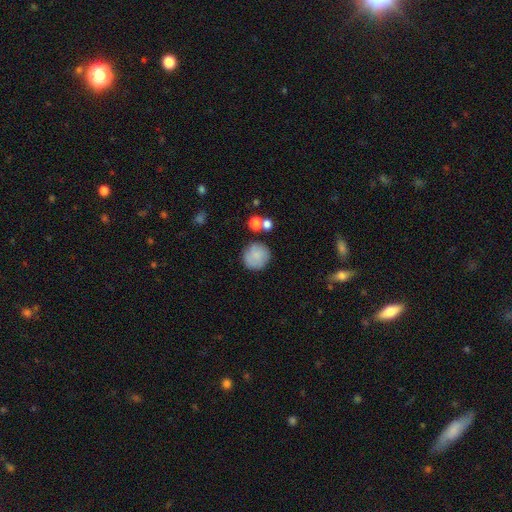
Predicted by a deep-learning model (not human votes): smooth_or_featured: smooth (p=0.82) [alt: featured or disk p=0.10]
how_rounded: round (p=0.94) [alt: in between p=0.05]
merging: none (p=0.78) [alt: minor disturbance p=0.11]